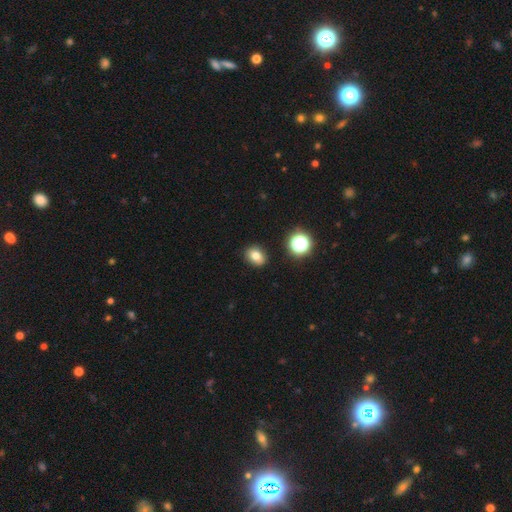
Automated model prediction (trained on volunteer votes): A smooth galaxy with no disk features (79%) that is in between round and cigar-shaped (61%). Merging: none (88%).